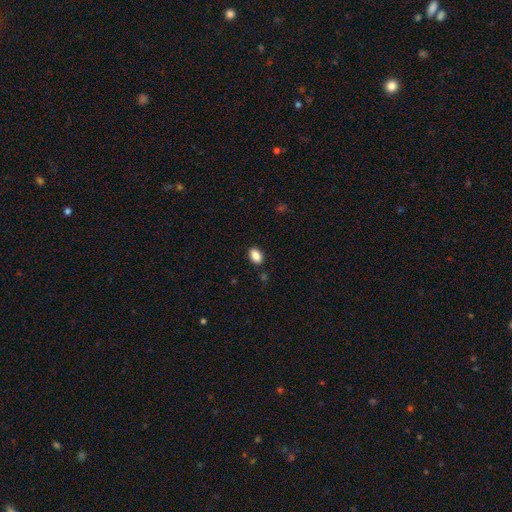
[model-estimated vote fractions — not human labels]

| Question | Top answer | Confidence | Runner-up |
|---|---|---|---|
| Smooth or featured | smooth | 88% | star or artifact (8%) |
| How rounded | in between | 88% | round (10%) |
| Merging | none | 87% | minor disturbance (9%) |